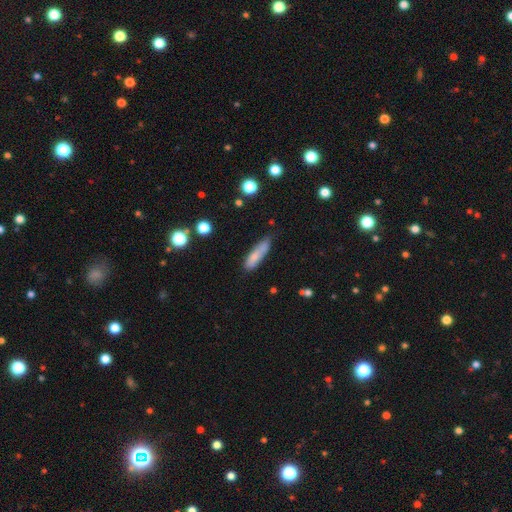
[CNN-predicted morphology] Q: Smooth or featured?
A: smooth (78%); runner-up: featured or disk (15%)
Q: How rounded?
A: cigar-shaped (68%); runner-up: in between (30%)
Q: Merging?
A: none (66%); runner-up: minor disturbance (25%)